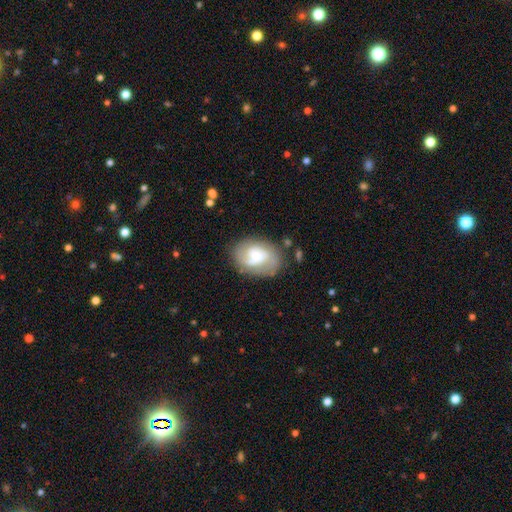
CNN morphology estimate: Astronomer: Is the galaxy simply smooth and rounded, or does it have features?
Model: featured or disk — 64%.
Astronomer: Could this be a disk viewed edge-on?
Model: no — 97%.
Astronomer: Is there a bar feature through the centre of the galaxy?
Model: no — 57% (runner-up: weak, 35%).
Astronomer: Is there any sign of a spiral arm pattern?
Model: yes — 83%.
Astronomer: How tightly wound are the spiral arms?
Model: medium — 43% (runner-up: tight, 33%).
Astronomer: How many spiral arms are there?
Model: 2 — 62%.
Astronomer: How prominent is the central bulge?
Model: small — 53% (runner-up: moderate, 38%).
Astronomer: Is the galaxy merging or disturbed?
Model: none — 67%.